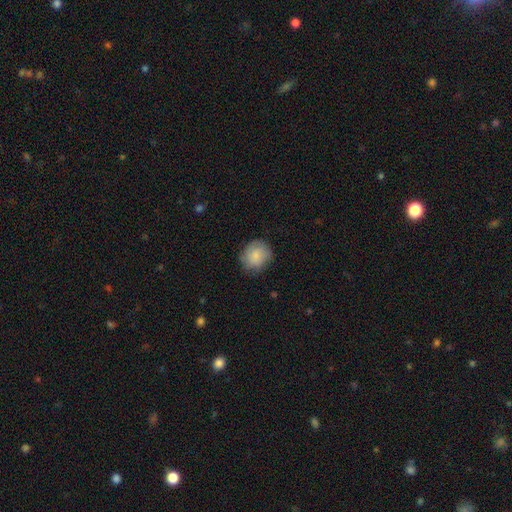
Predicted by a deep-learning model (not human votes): smooth_or_featured: smooth (p=0.81) [alt: featured or disk p=0.12]
how_rounded: round (p=0.78) [alt: in between p=0.21]
merging: none (p=0.76) [alt: minor disturbance p=0.18]